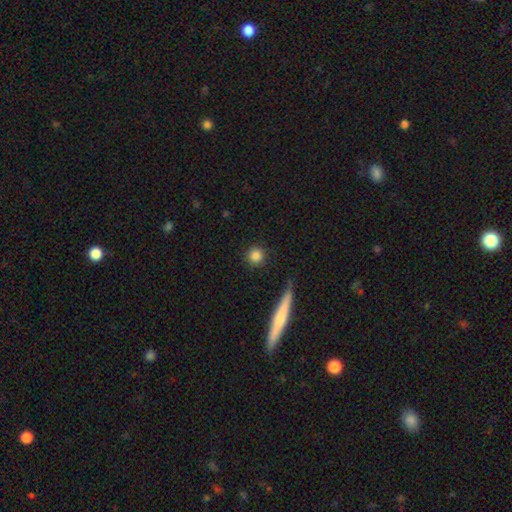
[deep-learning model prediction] Smooth or featured: smooth — 84% (star or artifact — 9%)
How rounded: round — 92% (in between — 5%)
Merging: none — 88% (minor disturbance — 7%)